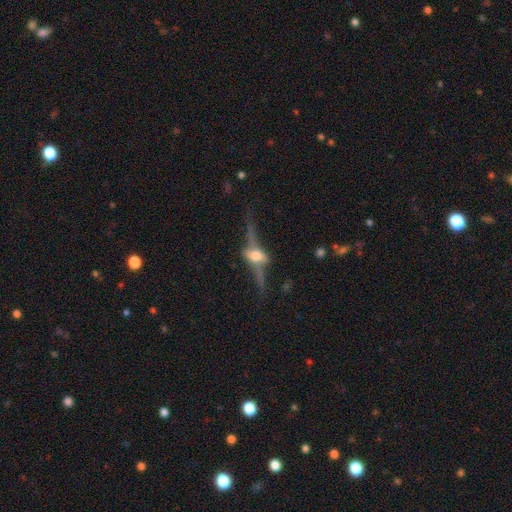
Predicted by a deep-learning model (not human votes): Smooth or featured: featured or disk — 83% (smooth — 10%)
Edge-on disk: yes — 91% (no — 9%)
Edge-on bulge: rounded — 93% (boxy — 5%)
Merging: none — 70% (minor disturbance — 16%)